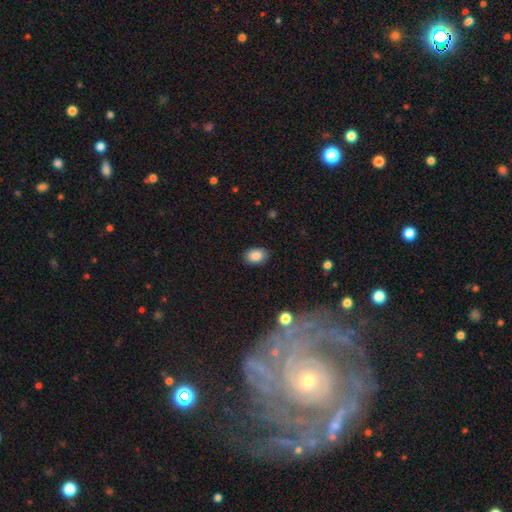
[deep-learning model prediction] Smooth or featured? Predicted: smooth (p=0.87). How rounded? Predicted: in between (p=0.81). Merging? Predicted: none (p=0.86).